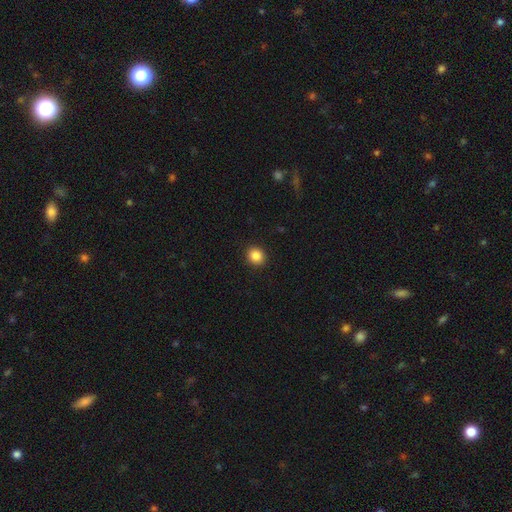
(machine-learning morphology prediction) Q: Smooth or featured?
A: smooth (86%); runner-up: star or artifact (10%)
Q: How rounded?
A: round (81%); runner-up: in between (18%)
Q: Merging?
A: none (92%); runner-up: minor disturbance (5%)